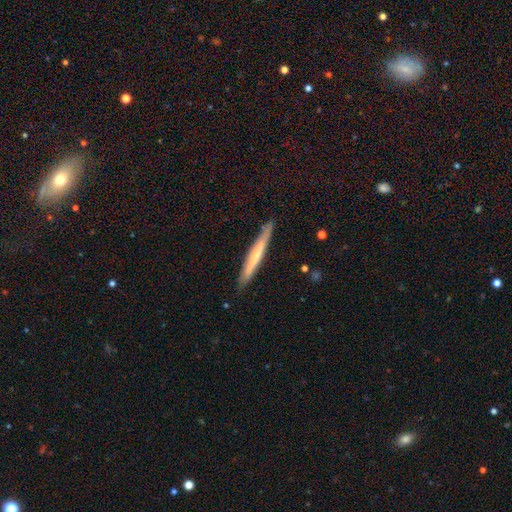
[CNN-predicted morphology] Smooth or featured? smooth (48%)
Merging? none (88%)